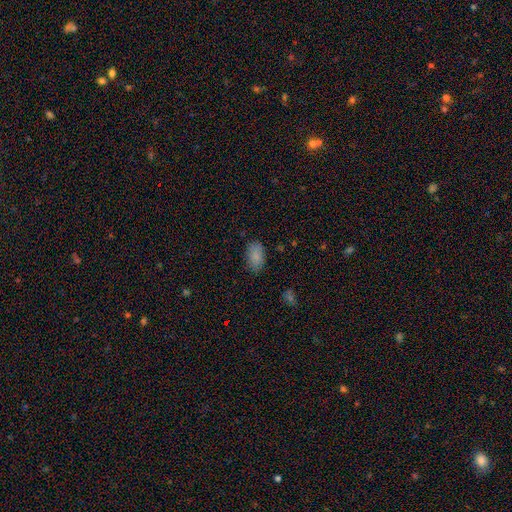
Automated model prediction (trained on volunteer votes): The model was most divided on "merging": none: 81%, minor disturbance: 15%, major disturbance: 3%, merger: 1%. More confident: how rounded — in between (92%); smooth or featured — smooth (86%).